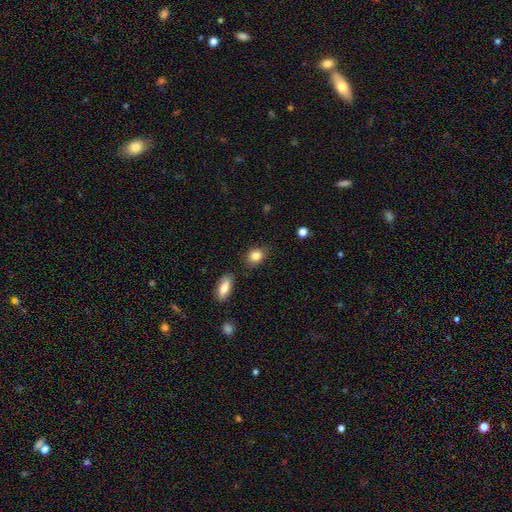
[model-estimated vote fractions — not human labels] Smooth or featured: smooth — 85% (star or artifact — 9%)
How rounded: in between — 49% (tied with round — 49%)
Merging: none — 77% (minor disturbance — 16%)